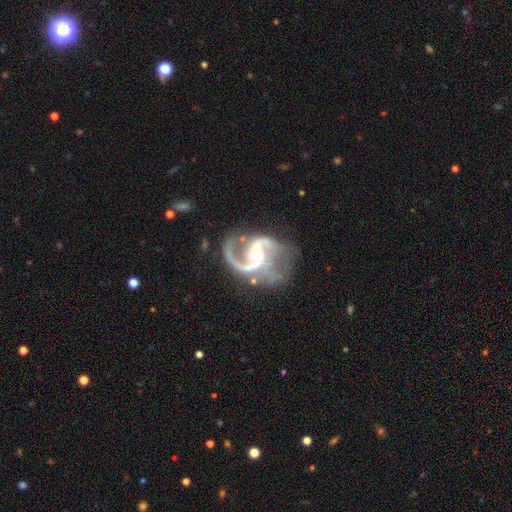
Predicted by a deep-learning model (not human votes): Smooth or featured? featured or disk (92%)
Edge-on disk? no (98%)
Bar? no (43%)
Spiral arms? yes (98%)
Spiral winding? medium (57%)
Spiral arm count? 2 (88%)
Bulge size? moderate (58%)
Merging? none (58%)